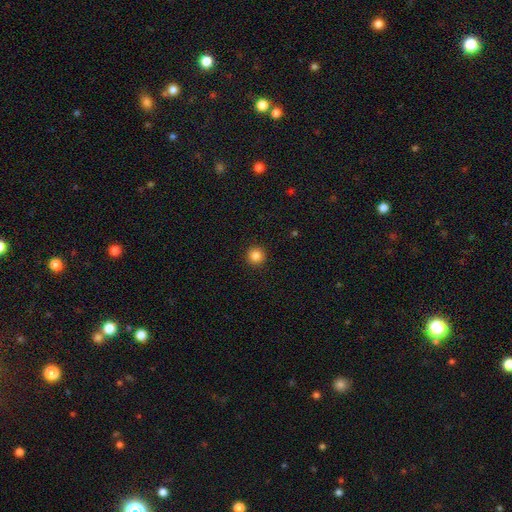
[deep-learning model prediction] A smooth galaxy with no disk features (85%) that is round (95%). Merging: none (93%).